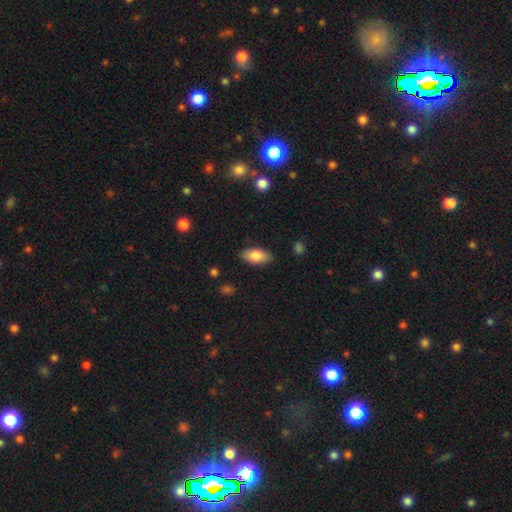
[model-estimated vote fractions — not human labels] Q: Smooth or featured?
A: smooth (82%); runner-up: featured or disk (11%)
Q: How rounded?
A: in between (91%); runner-up: cigar-shaped (6%)
Q: Merging?
A: none (85%); runner-up: minor disturbance (11%)